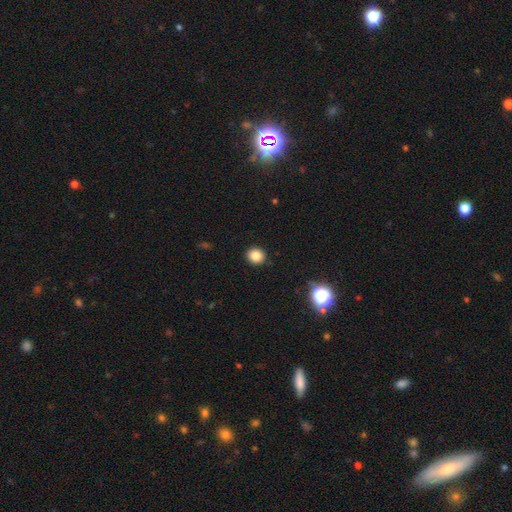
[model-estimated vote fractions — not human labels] A smooth galaxy with no disk features (84%) that is round (79%).

Vote fractions:
- Smooth or featured? smooth: 84% / star or artifact: 11% / featured or disk: 4%
- How rounded? round: 79% / in between: 20% / cigar-shaped: 1%
- Merging? none: 91% / minor disturbance: 6% / major disturbance: 2% / merger: 1%